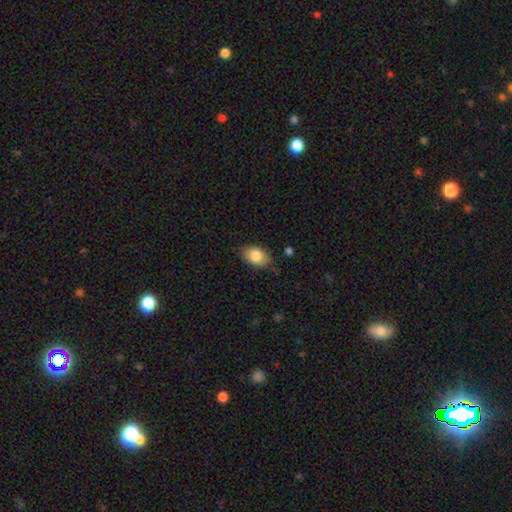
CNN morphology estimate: A smooth galaxy with no disk features (84%) that is in between round and cigar-shaped (81%).

Vote fractions:
- Smooth or featured? smooth: 84% / featured or disk: 9% / star or artifact: 7%
- How rounded? in between: 81% / round: 17% / cigar-shaped: 1%
- Merging? none: 75% / minor disturbance: 19% / major disturbance: 4% / merger: 2%